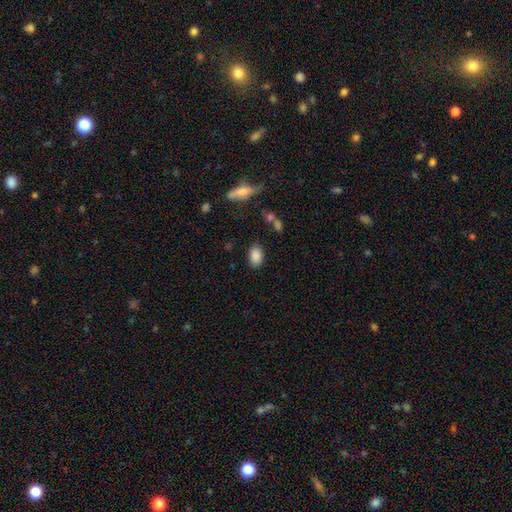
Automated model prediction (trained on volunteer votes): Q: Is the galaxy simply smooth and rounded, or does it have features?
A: smooth — 87%.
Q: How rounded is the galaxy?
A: in between — 87%.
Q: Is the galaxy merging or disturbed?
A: none — 83%.